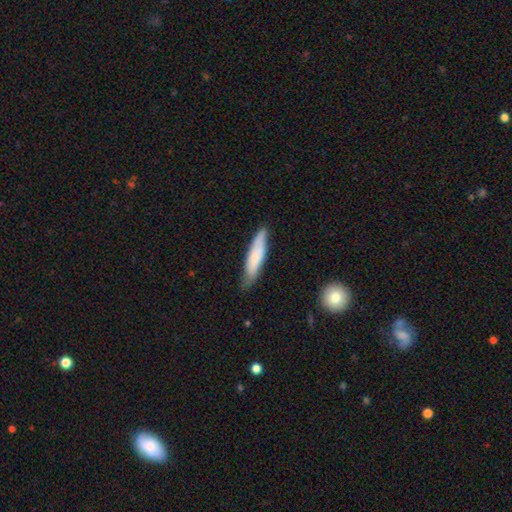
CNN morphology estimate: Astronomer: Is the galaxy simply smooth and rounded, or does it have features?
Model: smooth — 69%.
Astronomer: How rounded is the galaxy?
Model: cigar-shaped — 78%.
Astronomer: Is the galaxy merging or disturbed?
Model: none — 72%.